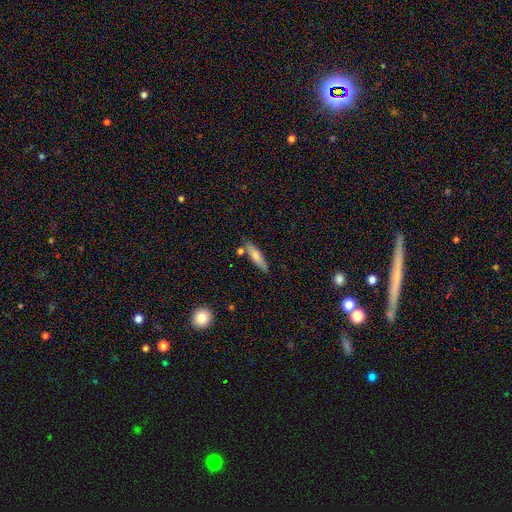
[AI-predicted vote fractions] Smooth or featured: smooth — 69% (featured or disk — 25%)
How rounded: cigar-shaped — 75% (in between — 23%)
Merging: none — 75% (minor disturbance — 13%)